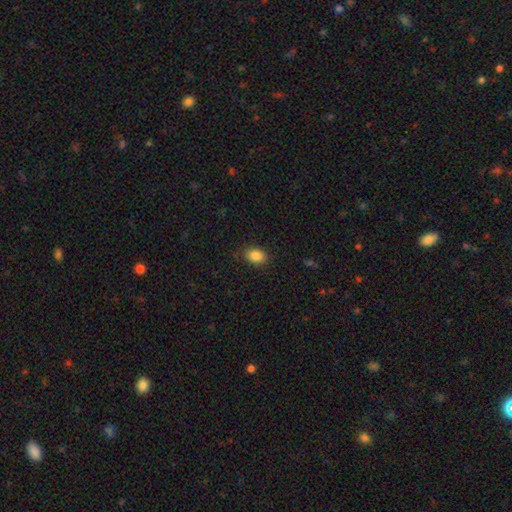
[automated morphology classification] Smooth or featured?
  - smooth: 87% *
  - star or artifact: 9%
  - featured or disk: 4%
How rounded?
  - in between: 72% *
  - round: 27%
  - cigar-shaped: 1%
Merging?
  - none: 83% *
  - minor disturbance: 13%
  - major disturbance: 3%
  - merger: 1%